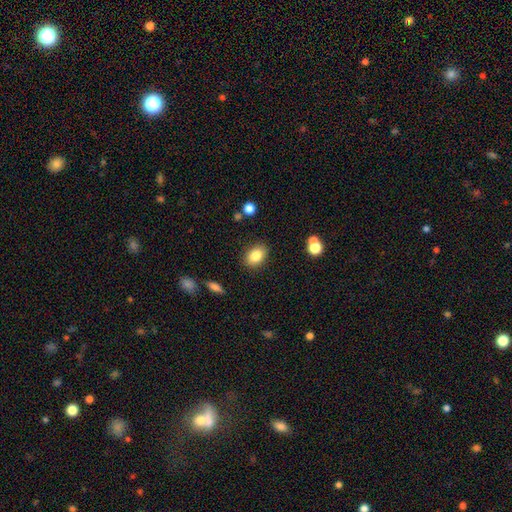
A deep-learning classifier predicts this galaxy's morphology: Smooth or featured? smooth (84%)
How rounded? in between (79%)
Merging? none (86%)